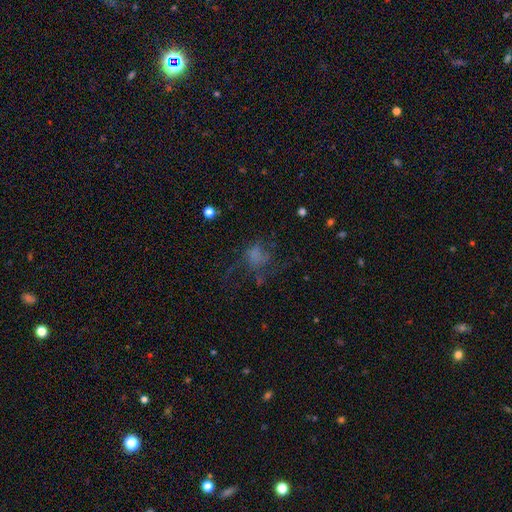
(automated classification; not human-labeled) A smooth galaxy with no disk features (48%).

Vote fractions:
- Smooth or featured? smooth: 48% / featured or disk: 31% / star or artifact: 21%
- Merging? major disturbance: 41% / none: 38% / minor disturbance: 18% / merger: 3%